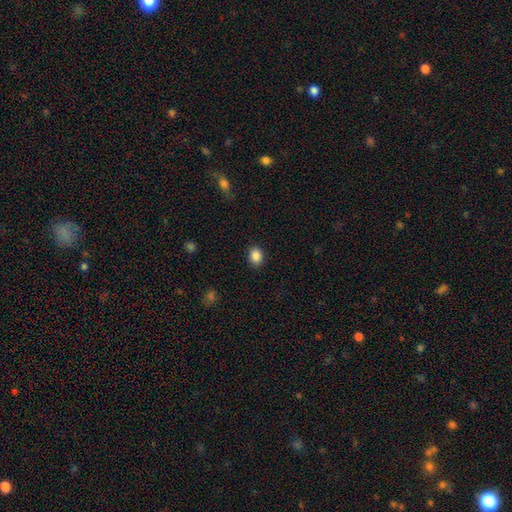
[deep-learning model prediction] This is clearly a smooth galaxy (87%). How rounded: likely in between (62%). Merging: clearly none (88%).